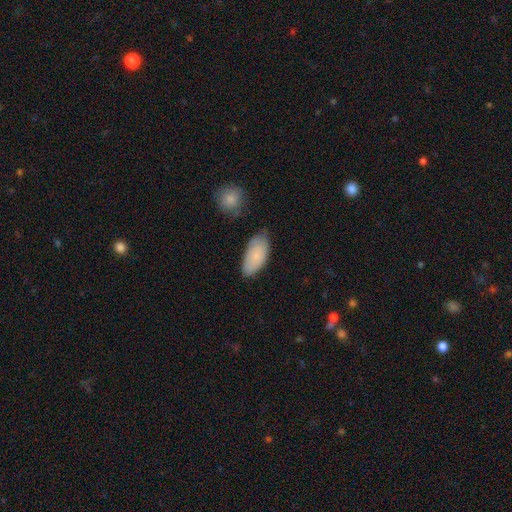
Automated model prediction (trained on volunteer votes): A smooth galaxy with no disk features (81%) that is in between round and cigar-shaped (92%). Merging: none (61%).